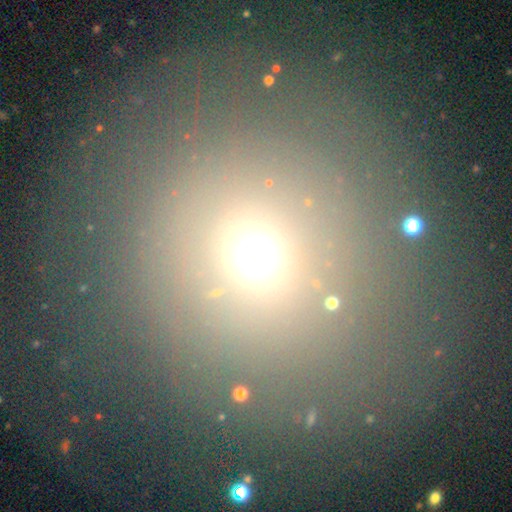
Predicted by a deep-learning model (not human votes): Smooth or featured? smooth (57%)
How rounded? round (72%)
Merging? none (76%)